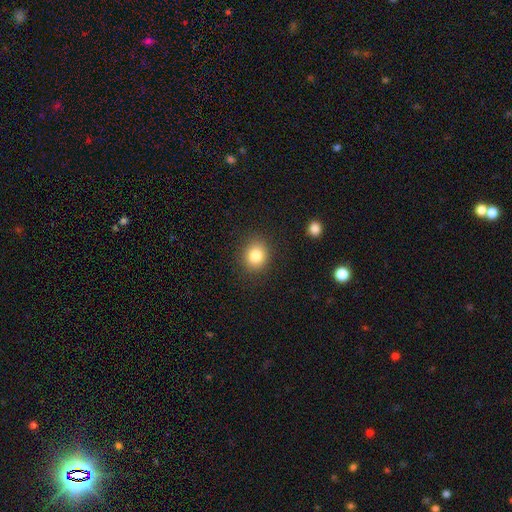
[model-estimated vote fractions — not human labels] smooth 83%, star or artifact 10%, featured or disk 7%. Down the decision tree: how rounded — round (73%); merging — none (87%).